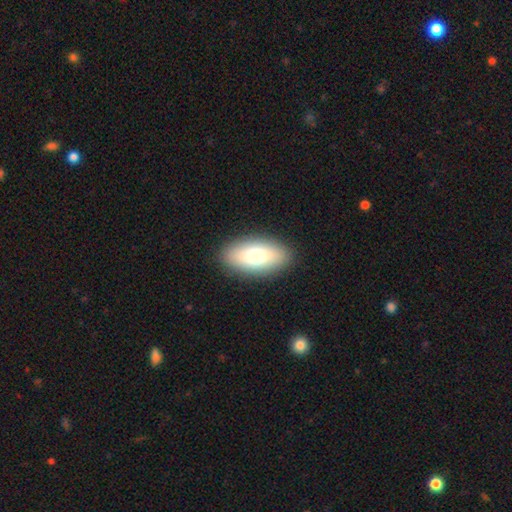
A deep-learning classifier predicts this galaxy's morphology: Overall: smooth (75%). How rounded: in between (90%). Merging: none (89%).